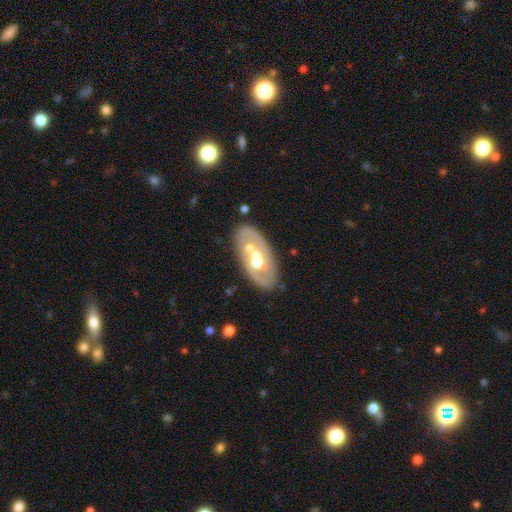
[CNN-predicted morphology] Smooth or featured?
  - featured or disk: 66% *
  - smooth: 27%
  - star or artifact: 7%
Edge-on disk?
  - no: 90% *
  - yes: 10%
Bar?
  - no: 72% *
  - weak: 19%
  - strong: 9%
Spiral arms?
  - no: 76% *
  - yes: 24%
Bulge size?
  - moderate: 71% *
  - small: 18%
  - large: 7%
  - none: 2%
  - dominant: 1%
Merging?
  - none: 62% *
  - merger: 19%
  - minor disturbance: 13%
  - major disturbance: 5%